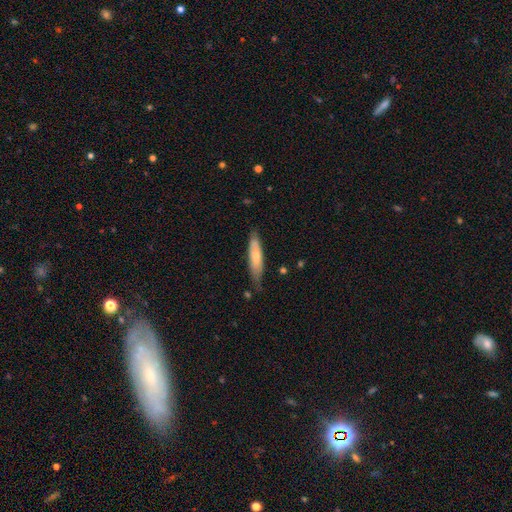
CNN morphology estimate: smooth_or_featured: smooth (p=0.65) [alt: featured or disk p=0.30]
how_rounded: cigar-shaped (p=0.72) [alt: in between p=0.26]
merging: none (p=0.68) [alt: minor disturbance p=0.25]